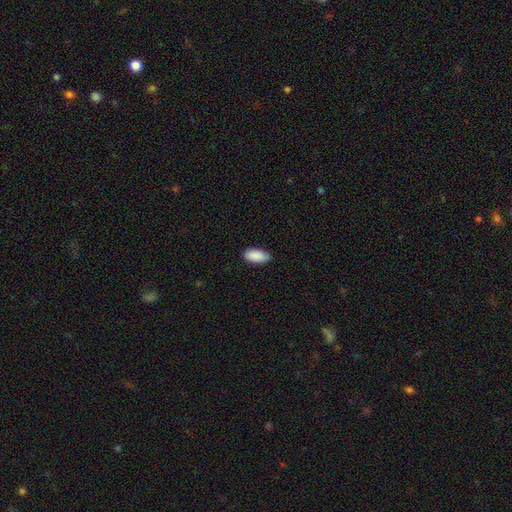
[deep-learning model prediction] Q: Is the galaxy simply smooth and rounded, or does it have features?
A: smooth — 90%.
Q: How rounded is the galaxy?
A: in between — 92%.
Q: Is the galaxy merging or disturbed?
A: none — 79%.